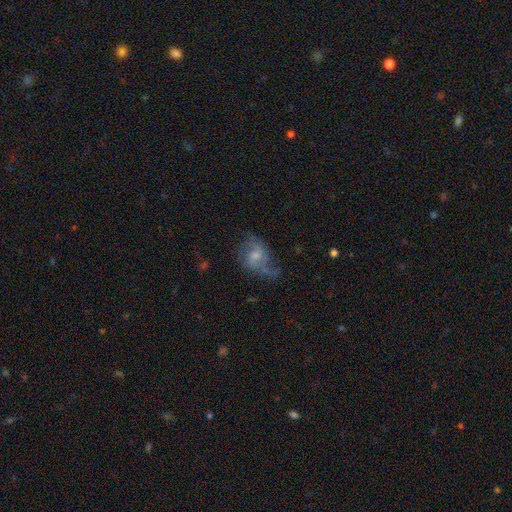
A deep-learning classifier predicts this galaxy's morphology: A featured or disk galaxy (60%) with no bar (61%), spiral arms (78%) and a small central bulge (44%).

Vote fractions:
- Smooth or featured? featured or disk: 60% / smooth: 28% / star or artifact: 12%
- Edge-on disk? no: 96% / yes: 4%
- Bar? no: 61% / weak: 33% / strong: 6%
- Spiral arms? yes: 78% / no: 22%
- Bulge size? small: 44% / moderate: 43% / none: 7% / large: 4% / dominant: 1%
- Merging? none: 47% / minor disturbance: 25% / major disturbance: 25% / merger: 3%